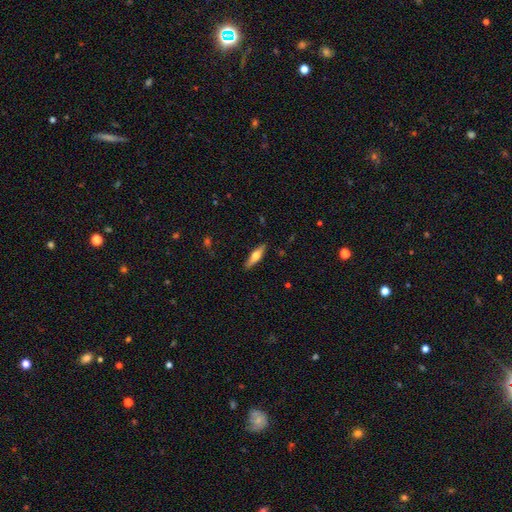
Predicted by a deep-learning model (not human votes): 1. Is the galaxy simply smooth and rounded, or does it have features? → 48% featured or disk, 47% smooth, 6% star or artifact.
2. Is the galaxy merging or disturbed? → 88% none, 9% minor disturbance, 2% major disturbance, 1% merger.